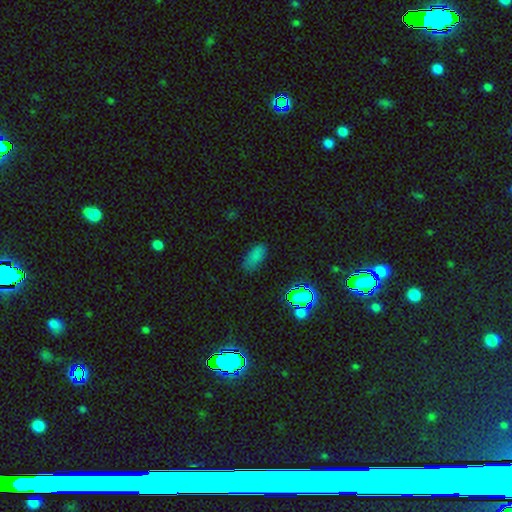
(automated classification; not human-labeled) Morphology: type=smooth (76%); roundness=in between (88%); merging=none (78%).